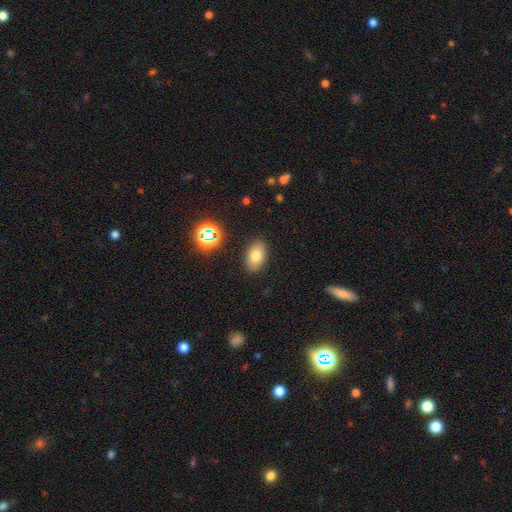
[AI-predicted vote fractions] The model was most divided on "smooth or featured": smooth: 77%, star or artifact: 12%, featured or disk: 11%. More confident: how rounded — in between (88%); merging — none (86%).